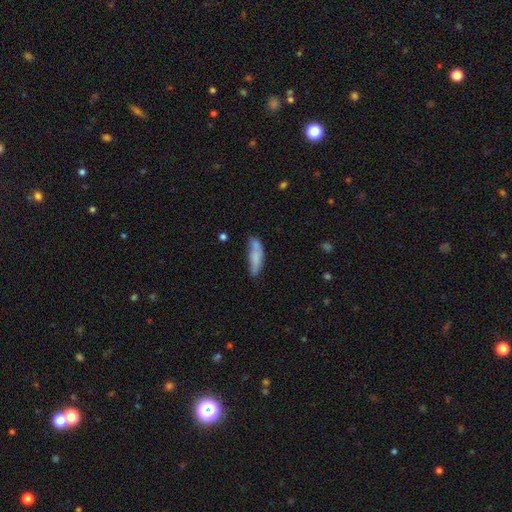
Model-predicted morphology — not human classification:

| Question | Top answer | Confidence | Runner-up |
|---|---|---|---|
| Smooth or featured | smooth | 75% | featured or disk (17%) |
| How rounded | cigar-shaped | 58% | in between (40%) |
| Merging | none | 48% | minor disturbance (26%) |